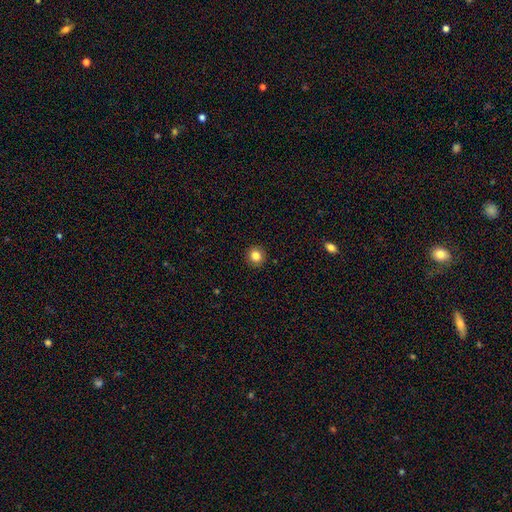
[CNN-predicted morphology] This appears to be a smooth galaxy with no disk features (83%) that is round (88%). Merging: none (92%).